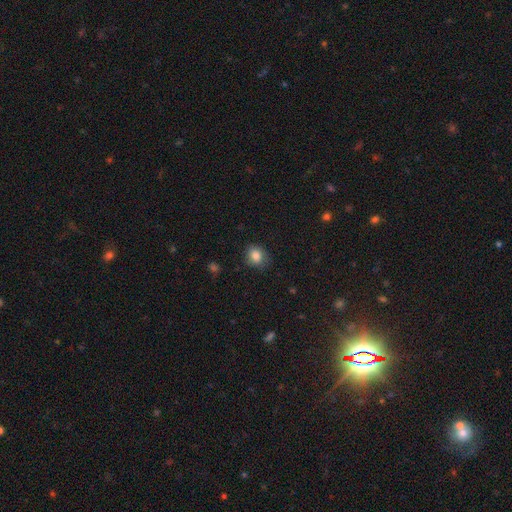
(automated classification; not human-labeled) Smooth or featured: smooth — 85% (star or artifact — 9%)
How rounded: round — 63% (in between — 36%)
Merging: none — 76% (minor disturbance — 19%)